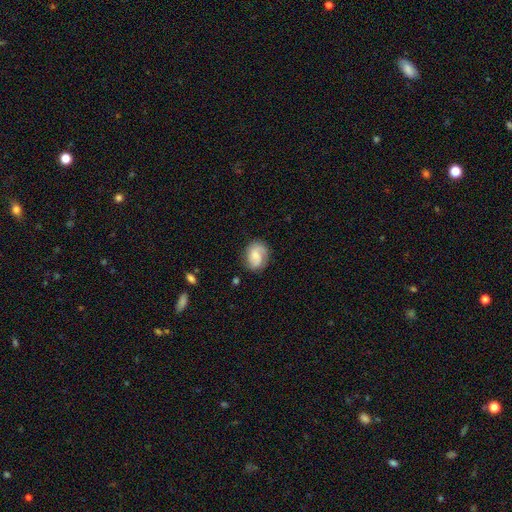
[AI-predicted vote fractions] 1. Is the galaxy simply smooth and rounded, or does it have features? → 57% featured or disk, 35% smooth, 8% star or artifact.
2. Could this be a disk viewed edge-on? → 97% no, 3% yes.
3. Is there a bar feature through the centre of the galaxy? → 54% no, 38% weak, 8% strong.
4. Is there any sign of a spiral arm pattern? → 91% yes, 9% no.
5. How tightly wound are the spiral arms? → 40% medium, 39% tight, 21% loose.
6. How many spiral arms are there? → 58% 2, 25% 1, 12% can't tell, 3% 3, 1% 4, 1% more than 4.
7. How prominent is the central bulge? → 37% small, 35% moderate, 17% none, 9% large, 2% dominant.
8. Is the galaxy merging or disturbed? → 72% none, 19% minor disturbance, 7% major disturbance, 2% merger.